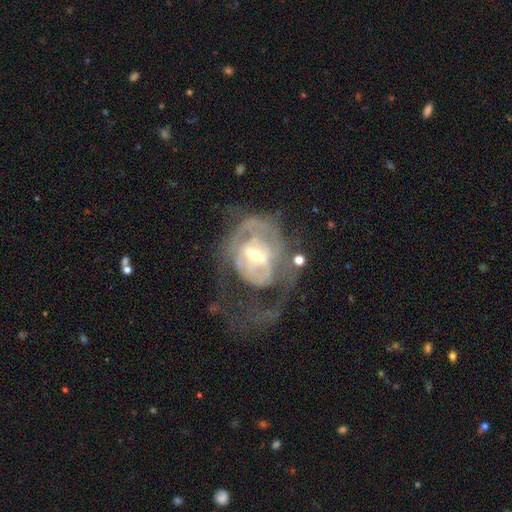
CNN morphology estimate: smooth-or-featured: featured or disk: 81% | smooth: 13% | star or artifact: 6%
  disk-edge-on: no: 96% | yes: 4%
    bar: weak: 49% | no: 27% | strong: 25%
    has-spiral-arms: yes: 74% | no: 26%
      spiral-winding: tight: 43% | medium: 35% | loose: 22%
      spiral-arm-count: can't tell: 38% | 2: 29% | 1: 19% | 3: 8% | 4: 3% | more than 4: 3%
    bulge-size: moderate: 63% | small: 25% | large: 9% | none: 2% | dominant: 1%
  merging: major disturbance: 55% | none: 25% | minor disturbance: 15% | merger: 5%